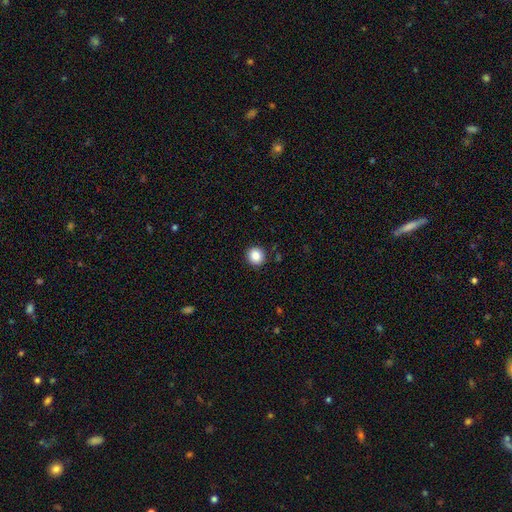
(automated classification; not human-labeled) Smooth or featured: smooth — 86% (star or artifact — 10%)
How rounded: round — 92% (in between — 7%)
Merging: none — 92% (minor disturbance — 5%)